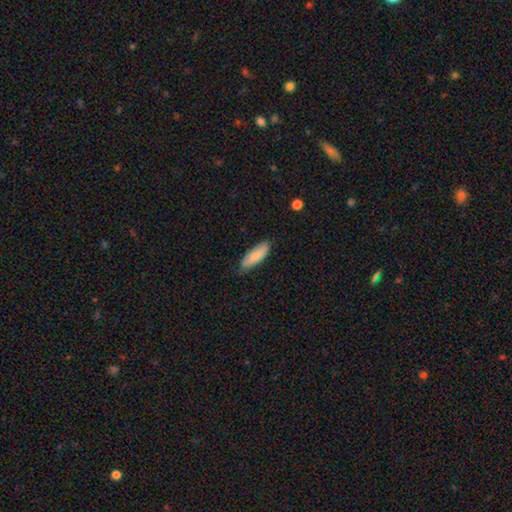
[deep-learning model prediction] Smooth or featured?
  - smooth: 84% *
  - featured or disk: 11%
  - star or artifact: 5%
How rounded?
  - in between: 59% *
  - cigar-shaped: 40%
  - round: 2%
Merging?
  - none: 77% *
  - minor disturbance: 19%
  - major disturbance: 3%
  - merger: 1%